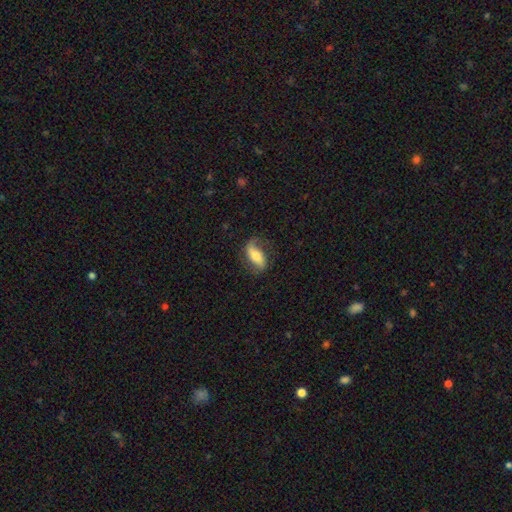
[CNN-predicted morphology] smooth_or_featured: featured or disk (p=0.58) [alt: smooth p=0.35]
disk_edge_on: no (p=0.87) [alt: yes p=0.13]
bar: strong (p=0.38) [alt: no p=0.34]
has_spiral_arms: yes (p=0.86) [alt: no p=0.14]
bulge_size: moderate (p=0.55) [alt: small p=0.25]
merging: none (p=0.70) [alt: minor disturbance p=0.19]